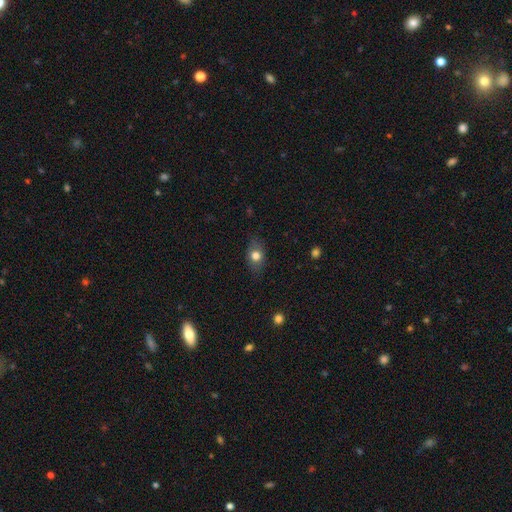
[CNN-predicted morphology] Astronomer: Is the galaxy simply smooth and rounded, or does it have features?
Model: smooth — 74%.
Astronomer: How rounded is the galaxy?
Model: in between — 72%.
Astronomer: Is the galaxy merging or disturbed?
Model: none — 79%.